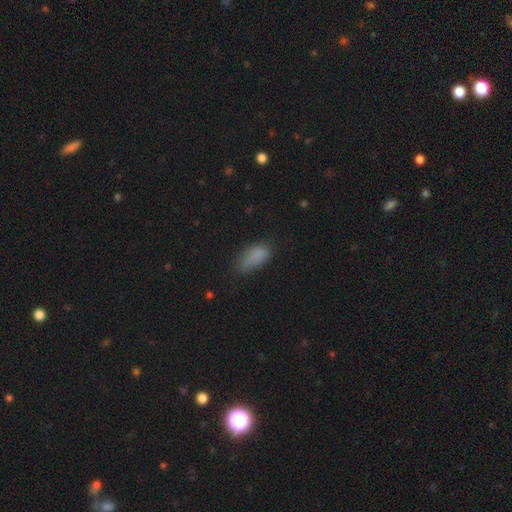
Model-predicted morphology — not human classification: smooth_or_featured: smooth (p=0.80) [alt: star or artifact p=0.11]
how_rounded: in between (p=0.87) [alt: cigar-shaped p=0.09]
merging: none (p=0.48) [alt: minor disturbance p=0.34]